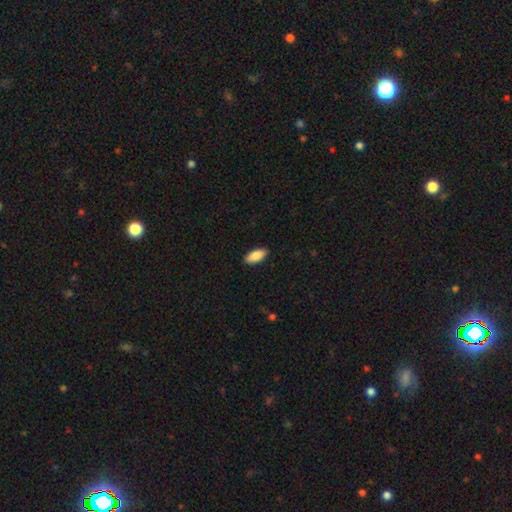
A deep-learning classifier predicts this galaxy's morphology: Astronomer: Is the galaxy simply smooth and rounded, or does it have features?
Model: smooth — 87%.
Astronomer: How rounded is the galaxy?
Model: in between — 89%.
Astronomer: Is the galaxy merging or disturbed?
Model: none — 90%.